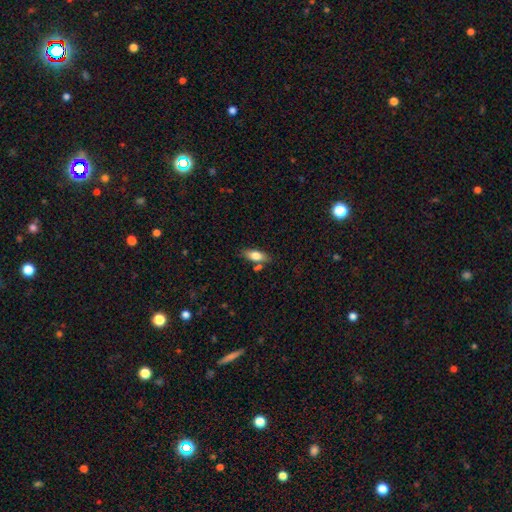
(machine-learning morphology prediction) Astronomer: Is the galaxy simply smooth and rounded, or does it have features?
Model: smooth — 76%.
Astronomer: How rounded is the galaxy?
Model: in between — 79%.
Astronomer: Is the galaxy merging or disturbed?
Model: none — 72%.